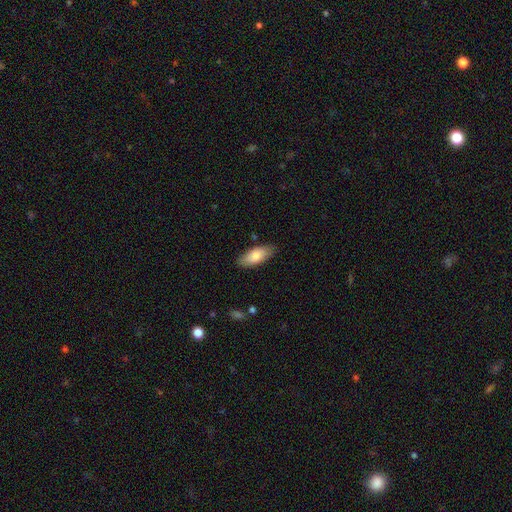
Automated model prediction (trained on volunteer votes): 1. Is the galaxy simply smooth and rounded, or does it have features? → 81% smooth, 13% featured or disk, 6% star or artifact.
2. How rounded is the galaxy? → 84% in between, 14% cigar-shaped, 2% round.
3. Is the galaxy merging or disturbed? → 82% none, 14% minor disturbance, 3% major disturbance, 1% merger.